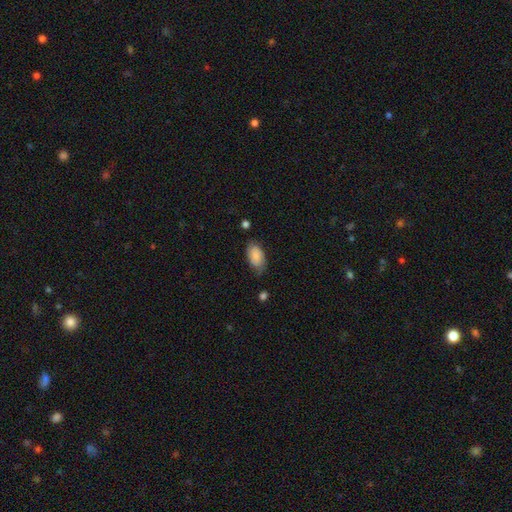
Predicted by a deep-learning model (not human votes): smooth-or-featured: smooth: 76% | featured or disk: 17% | star or artifact: 7%
  how-rounded: in between: 94% | round: 4% | cigar-shaped: 2%
  merging: none: 66% | minor disturbance: 26% | major disturbance: 6% | merger: 2%